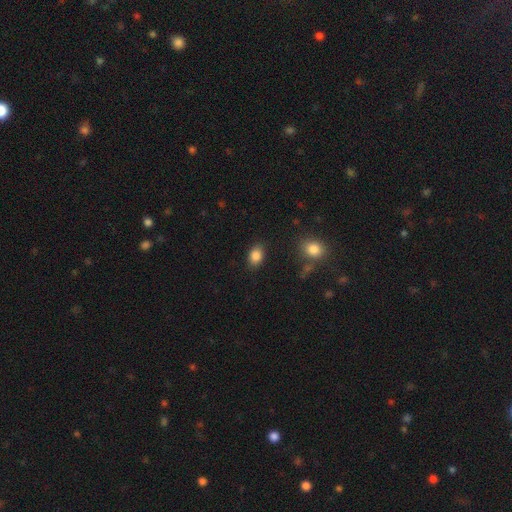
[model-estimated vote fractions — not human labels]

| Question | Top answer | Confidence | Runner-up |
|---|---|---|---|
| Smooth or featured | smooth | 86% | star or artifact (9%) |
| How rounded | in between | 77% | round (22%) |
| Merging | none | 85% | minor disturbance (11%) |